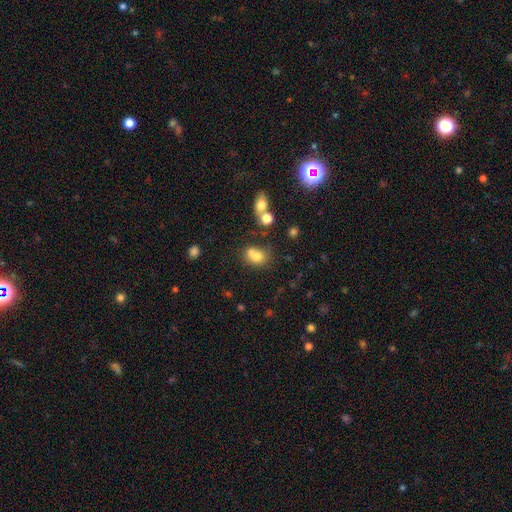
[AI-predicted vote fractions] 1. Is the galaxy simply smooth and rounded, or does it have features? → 73% smooth, 14% featured or disk, 13% star or artifact.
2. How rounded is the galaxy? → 54% round, 44% in between, 1% cigar-shaped.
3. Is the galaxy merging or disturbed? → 50% merger, 33% none, 11% minor disturbance, 5% major disturbance.